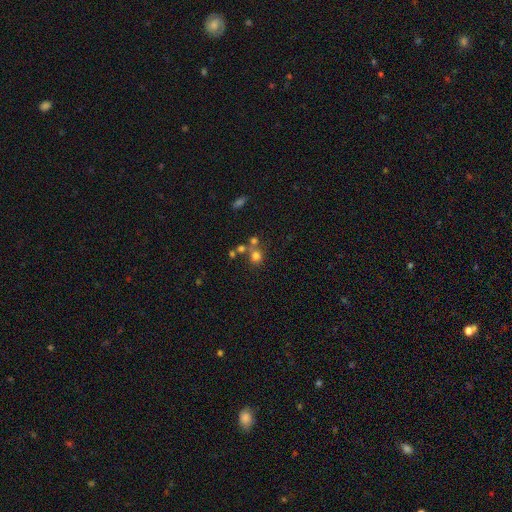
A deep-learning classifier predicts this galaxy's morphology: Smooth or featured? smooth (69%)
How rounded? round (80%)
Merging? none (50%)